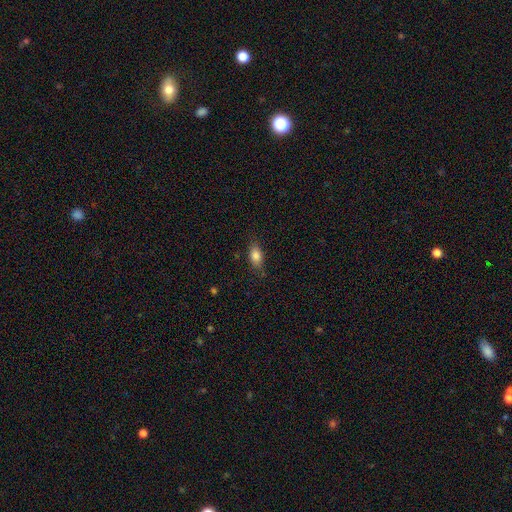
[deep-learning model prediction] A smooth galaxy with no disk features (81%) that is in between round and cigar-shaped (84%). Merging: none (78%).